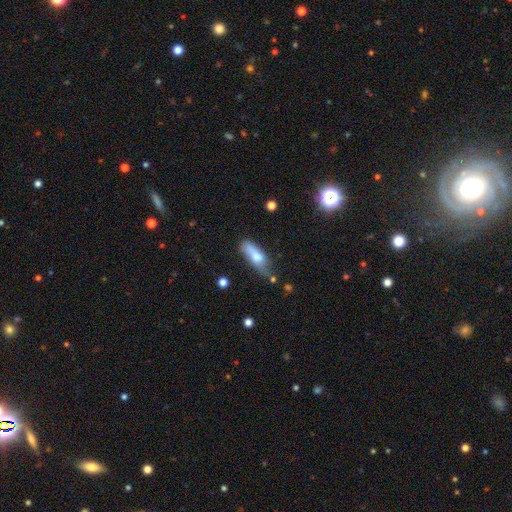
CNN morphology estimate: smooth 69%, featured or disk 24%, star or artifact 7%. Down the decision tree: how rounded — in between (61%); merging — none (46%).